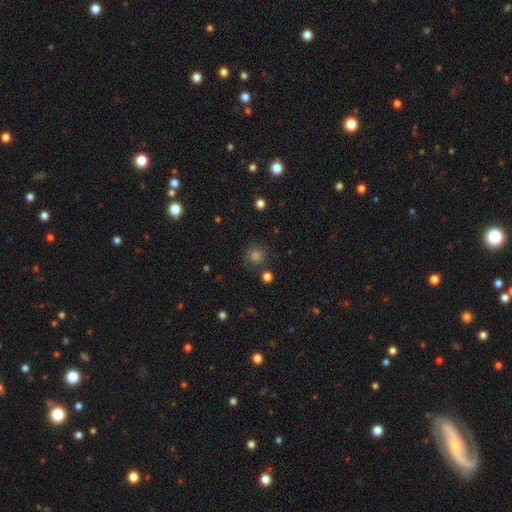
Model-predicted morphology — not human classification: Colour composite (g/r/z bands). It shows a smooth galaxy with no disk features (70%) that is round (93%). Merging: none (83%).